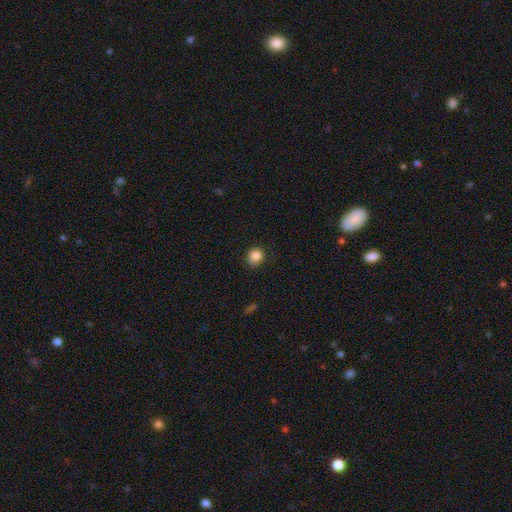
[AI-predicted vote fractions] smooth 85%, star or artifact 10%, featured or disk 4%. Down the decision tree: how rounded — round (85%); merging — none (79%).